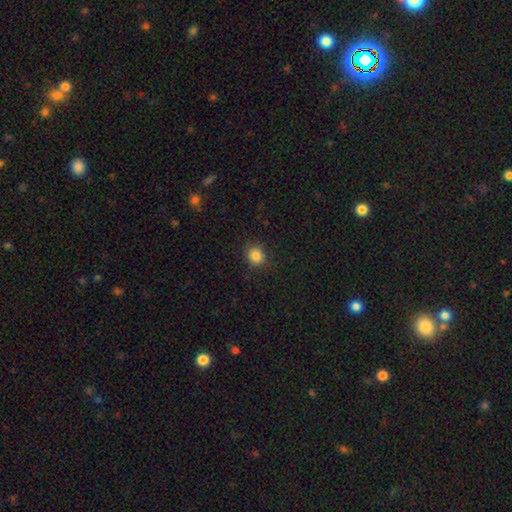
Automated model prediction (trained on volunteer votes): Smooth or featured? smooth (85%)
How rounded? round (77%)
Merging? none (88%)